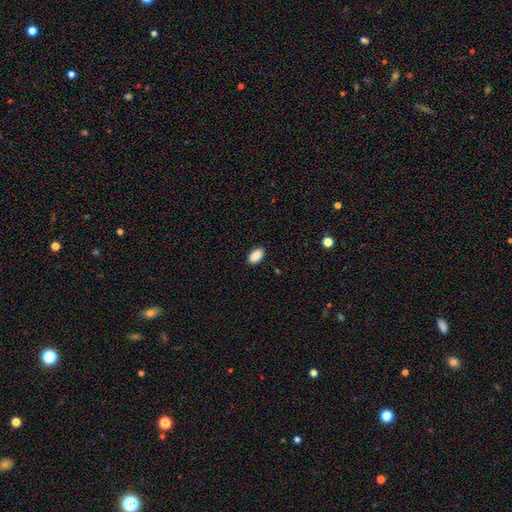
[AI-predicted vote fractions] Smooth or featured? Predicted: smooth (p=0.89). How rounded? Predicted: in between (p=0.93). Merging? Predicted: none (p=0.89).